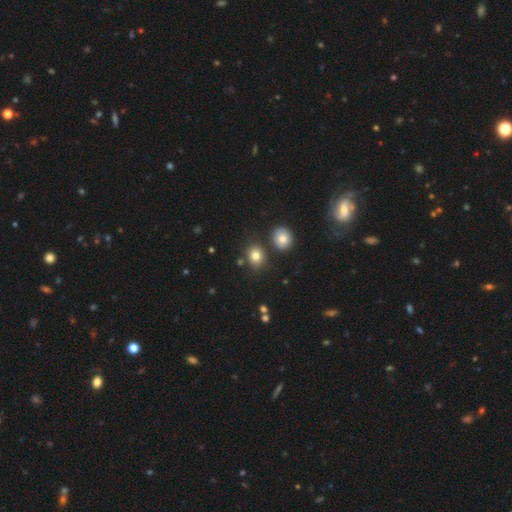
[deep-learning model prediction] Smooth or featured? smooth (81%)
How rounded? round (58%)
Merging? none (78%)